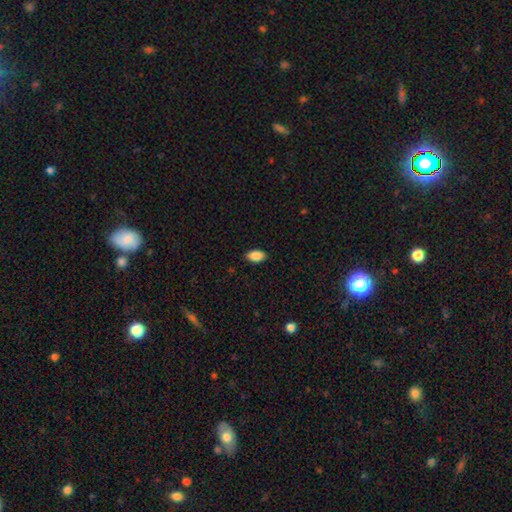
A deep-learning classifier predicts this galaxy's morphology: Q: Smooth or featured?
A: smooth (88%); runner-up: star or artifact (7%)
Q: How rounded?
A: in between (93%); runner-up: round (5%)
Q: Merging?
A: none (88%); runner-up: minor disturbance (9%)